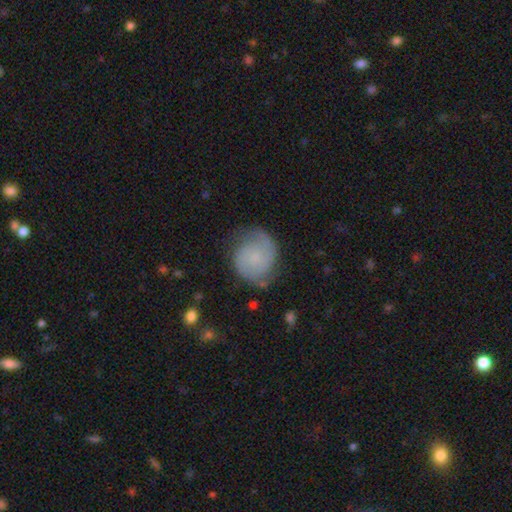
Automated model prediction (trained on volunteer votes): Morphology: type=featured or disk (64%); edge-on=no (98%); bar=no (72%); spiral arms=yes (93%); winding=tight (42%); arm count=2 (78%); bulge=small (57%); merging=none (67%).